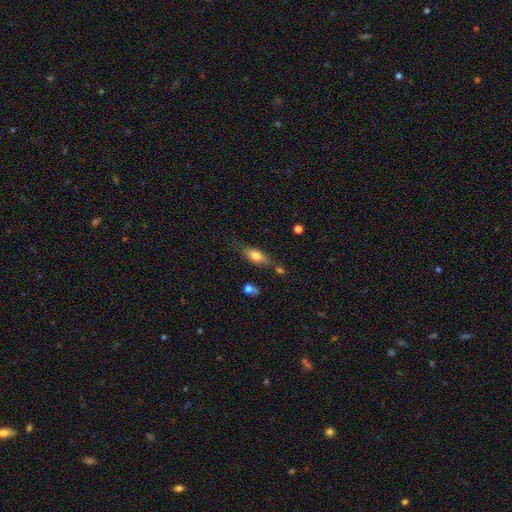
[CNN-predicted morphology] Overall: smooth (64%; featured or disk 29%). How rounded: in between (61%; cigar-shaped 35%). Merging: none (70%).